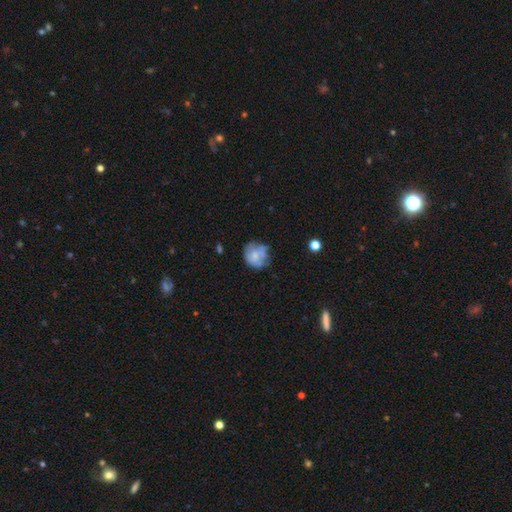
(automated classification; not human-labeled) Smooth or featured? Predicted: smooth (p=0.58). How rounded? Predicted: round (p=0.78). Merging? Predicted: none (p=0.55).